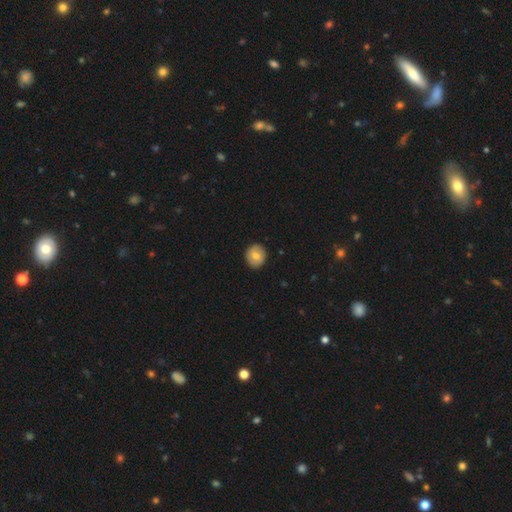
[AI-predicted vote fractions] Smooth or featured: smooth — 71% (featured or disk — 22%)
How rounded: round — 89% (in between — 10%)
Merging: none — 91% (minor disturbance — 7%)